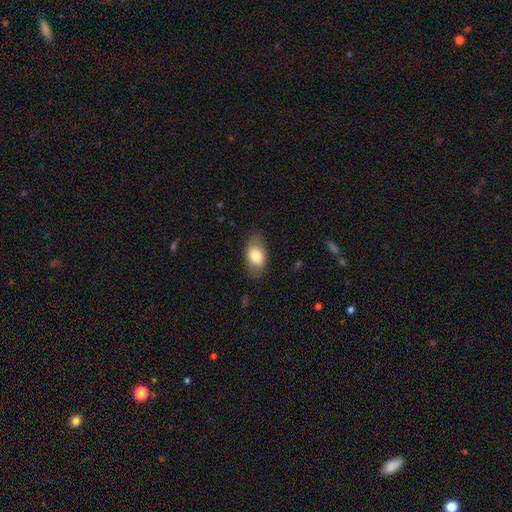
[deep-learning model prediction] Smooth or featured: smooth — 77% (featured or disk — 16%)
How rounded: in between — 89% (round — 9%)
Merging: none — 81% (minor disturbance — 14%)